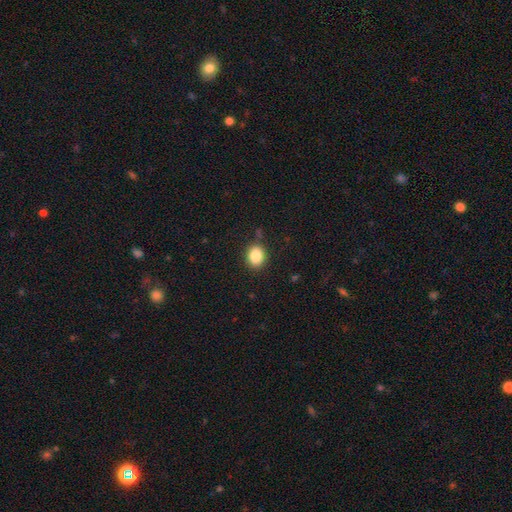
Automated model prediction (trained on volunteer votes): Smooth or featured? smooth (86%)
How rounded? in between (51%)
Merging? none (85%)